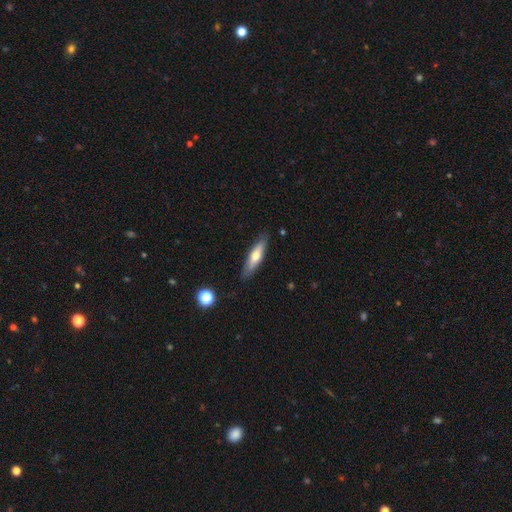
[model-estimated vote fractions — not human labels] The model was most divided on "smooth or featured": smooth: 54%, featured or disk: 40%, star or artifact: 6%. More confident: merging — none (86%); how rounded — cigar-shaped (74%).